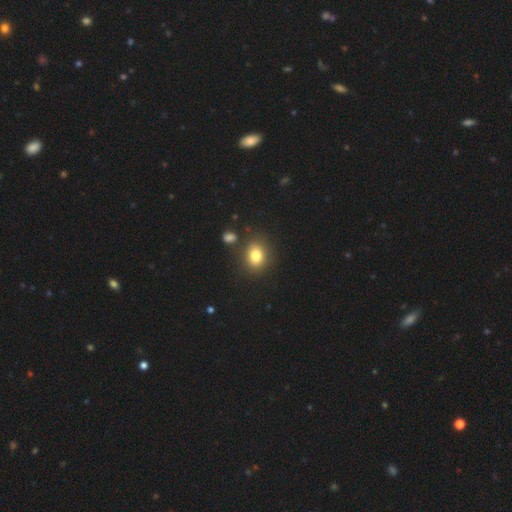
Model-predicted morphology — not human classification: Smooth or featured? Predicted: smooth (p=0.81). How rounded? Predicted: round (p=0.56). Merging? Predicted: none (p=0.80).